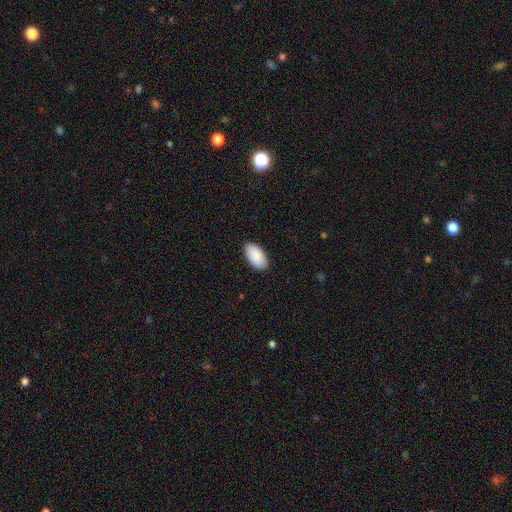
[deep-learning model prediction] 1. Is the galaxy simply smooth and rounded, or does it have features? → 90% smooth, 6% star or artifact, 4% featured or disk.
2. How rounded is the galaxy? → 96% in between, 2% round, 1% cigar-shaped.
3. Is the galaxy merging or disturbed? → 89% none, 9% minor disturbance, 2% major disturbance, 1% merger.